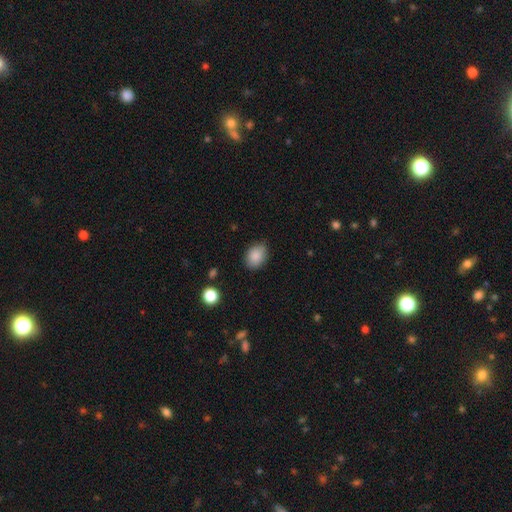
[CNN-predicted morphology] smooth-or-featured: smooth: 88% | star or artifact: 8% | featured or disk: 4%
  how-rounded: in between: 68% | round: 31% | cigar-shaped: 1%
  merging: none: 80% | minor disturbance: 15% | major disturbance: 3% | merger: 1%